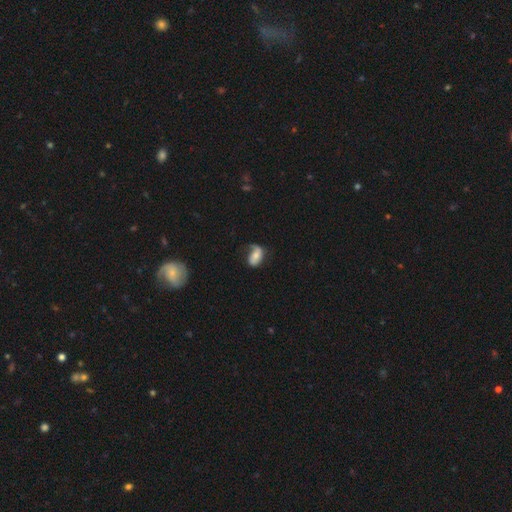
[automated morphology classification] Smooth or featured: smooth — 50% (featured or disk — 43%)
Merging: none — 41% (minor disturbance — 32%)